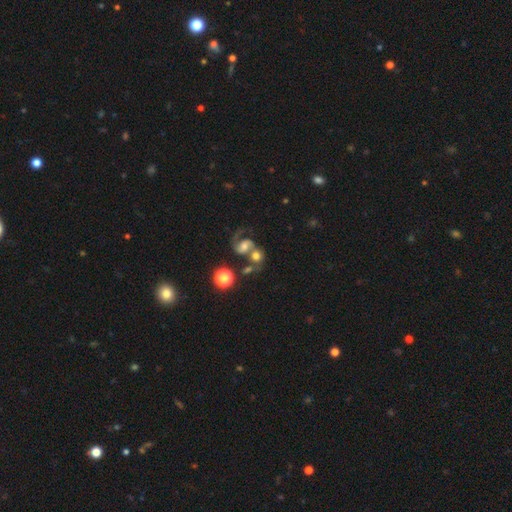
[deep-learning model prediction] The model was most divided on "smooth or featured": featured or disk: 54%, smooth: 34%, star or artifact: 12%. Remaining: edge-on disk — no (97%); spiral arms — yes (81%); bar — no (56%); merging — merger (53%); bulge size — moderate (46%).